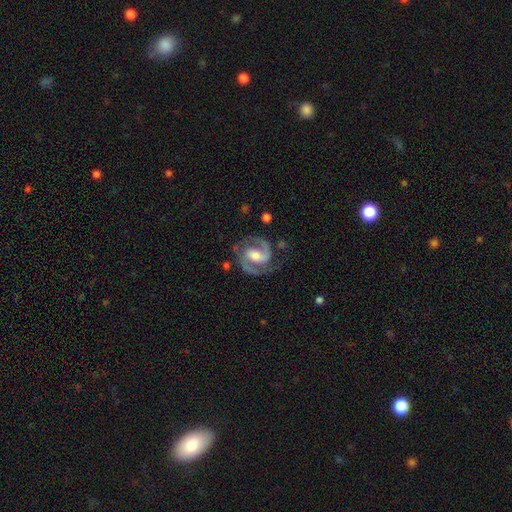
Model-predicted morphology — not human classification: This is clearly a featured or disk galaxy (92%). It is clearly not viewed edge-on (98%). Bar: marginally weak (43%). Spiral arm pattern: clearly yes (98%). Spiral arm count: clearly 2 (93%). Spiral winding: possibly medium (60%). Central bulge: likely moderate (64%). Merging: likely none (79%).